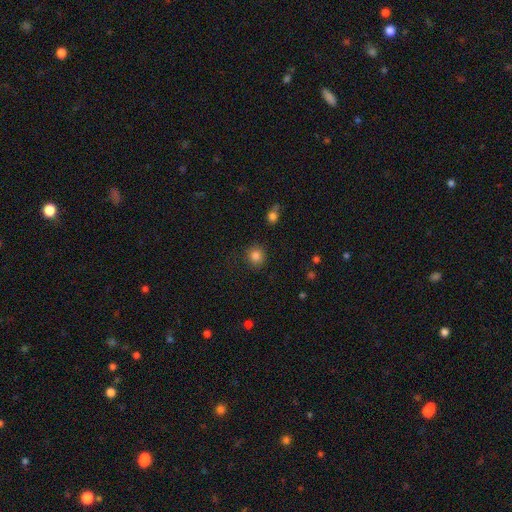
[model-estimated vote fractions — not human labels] The model was most divided on "smooth or featured": smooth: 84%, star or artifact: 12%, featured or disk: 4%. More confident: merging — none (86%); how rounded — round (86%).